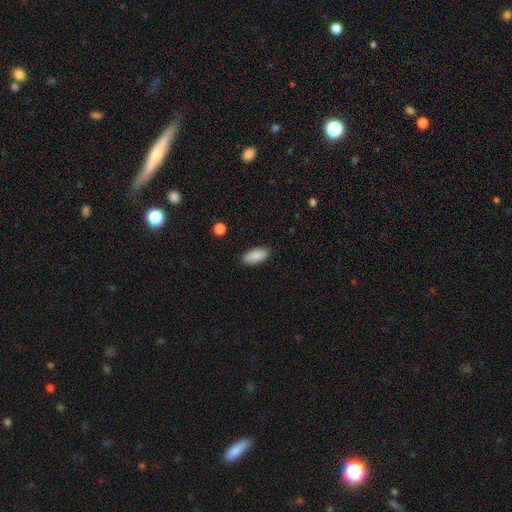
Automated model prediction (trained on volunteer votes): This is clearly a smooth galaxy (89%). How rounded: clearly in between (90%). Merging: clearly none (89%).